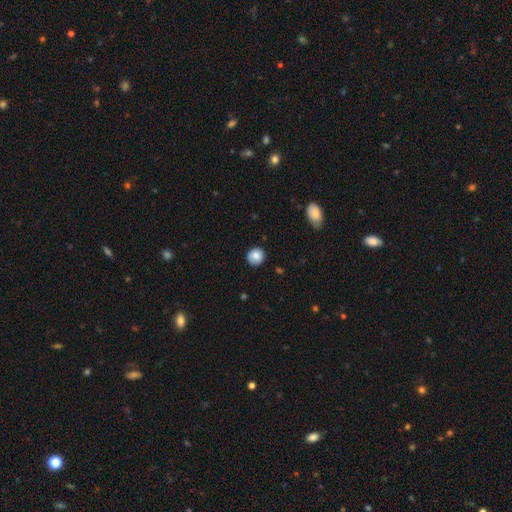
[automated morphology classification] smooth-or-featured: smooth: 85% | star or artifact: 8% | featured or disk: 6%
  how-rounded: round: 89% | in between: 10% | cigar-shaped: 1%
  merging: none: 87% | minor disturbance: 10% | major disturbance: 2% | merger: 1%